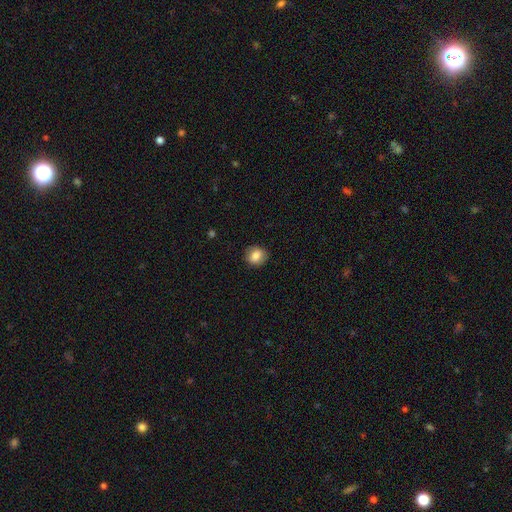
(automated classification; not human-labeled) Q: Smooth or featured?
A: smooth (82%); runner-up: featured or disk (9%)
Q: How rounded?
A: round (79%); runner-up: in between (20%)
Q: Merging?
A: none (88%); runner-up: minor disturbance (9%)